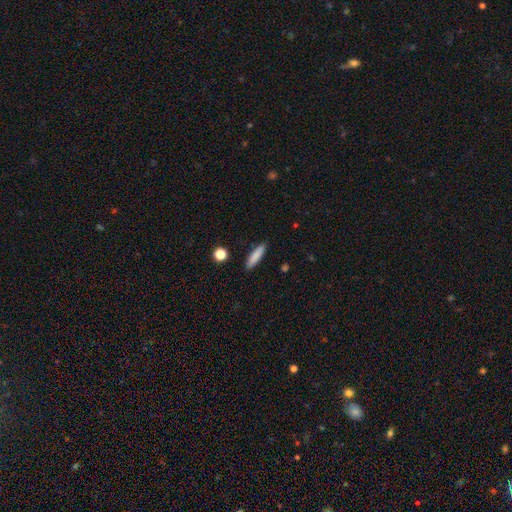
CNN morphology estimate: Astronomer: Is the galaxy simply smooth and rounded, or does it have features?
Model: smooth — 84%.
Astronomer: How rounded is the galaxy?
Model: cigar-shaped — 78%.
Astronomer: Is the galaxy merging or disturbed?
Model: none — 89%.